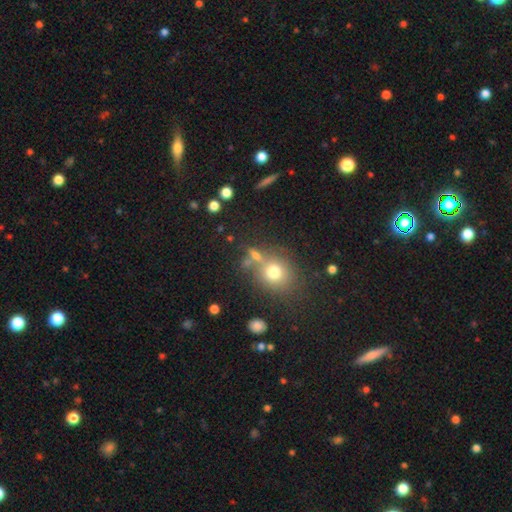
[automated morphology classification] This appears to be a smooth galaxy with no disk features (68%) that is round (61%). Merging: none (59%).